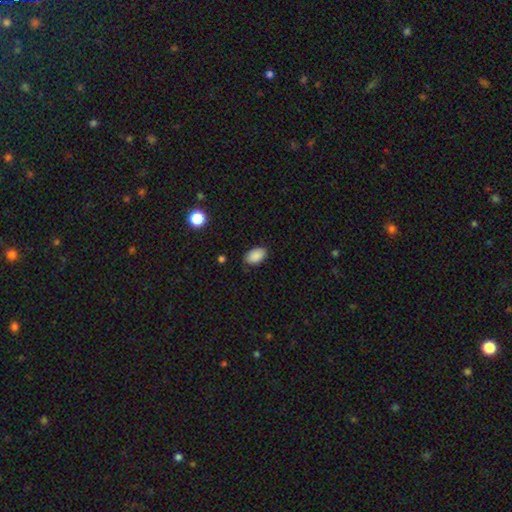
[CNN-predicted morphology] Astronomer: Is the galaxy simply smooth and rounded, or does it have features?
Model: smooth — 88%.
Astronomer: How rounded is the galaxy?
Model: in between — 92%.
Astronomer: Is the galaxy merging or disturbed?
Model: none — 82%.